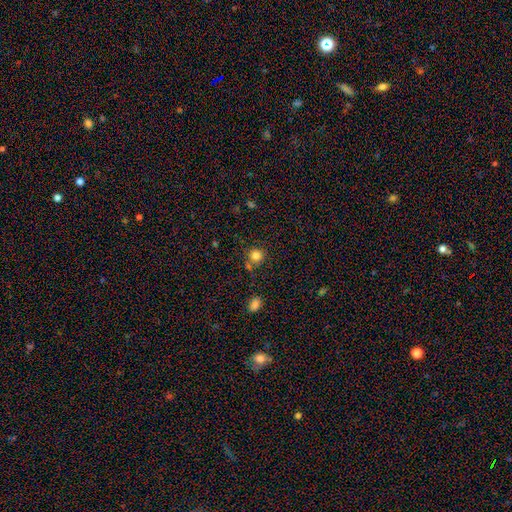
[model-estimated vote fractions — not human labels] The model was most divided on "merging": none: 72%, merger: 14%, minor disturbance: 10%, major disturbance: 4%. More confident: how rounded — round (91%); smooth or featured — smooth (82%).